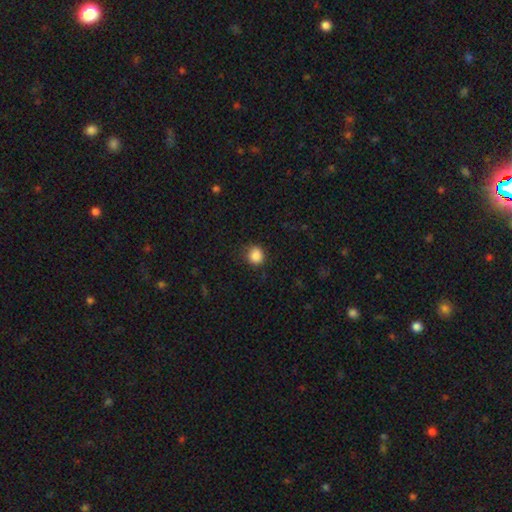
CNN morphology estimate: Smooth or featured: smooth — 87% (star or artifact — 10%)
How rounded: round — 87% (in between — 12%)
Merging: none — 80% (minor disturbance — 15%)